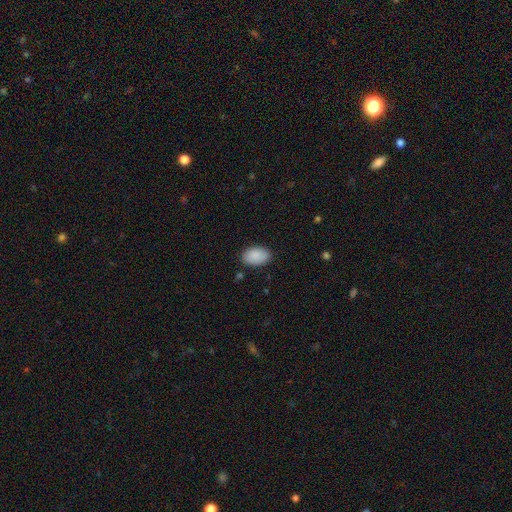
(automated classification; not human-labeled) A smooth galaxy with no disk features (89%) that is in between round and cigar-shaped (91%). Merging: none (85%).